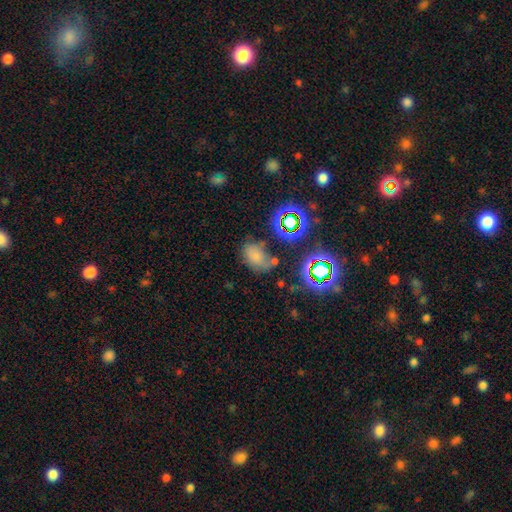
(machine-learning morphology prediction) A smooth galaxy with no disk features (64%) that is in between round and cigar-shaped (78%). Merging: none (52%).